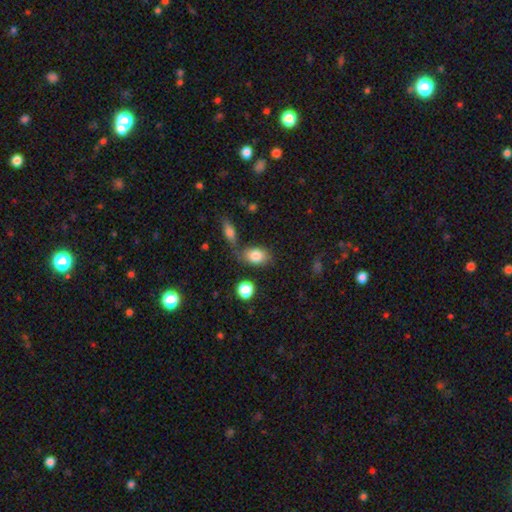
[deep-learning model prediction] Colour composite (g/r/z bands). It shows a smooth galaxy with no disk features (82%) that is in between round and cigar-shaped (82%). Merging: none (59%).